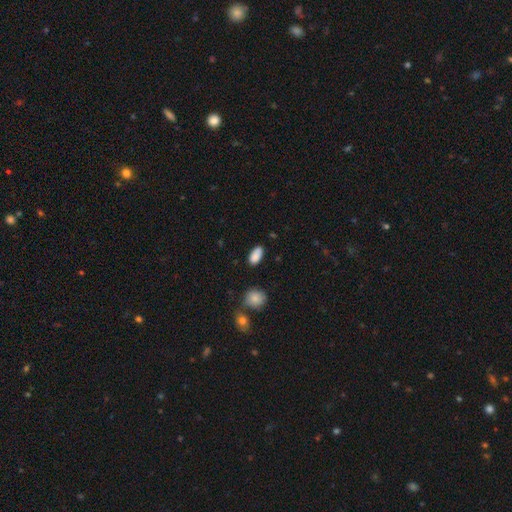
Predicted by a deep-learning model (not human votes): A smooth galaxy with no disk features (88%) that is in between round and cigar-shaped (91%). Merging: none (80%).